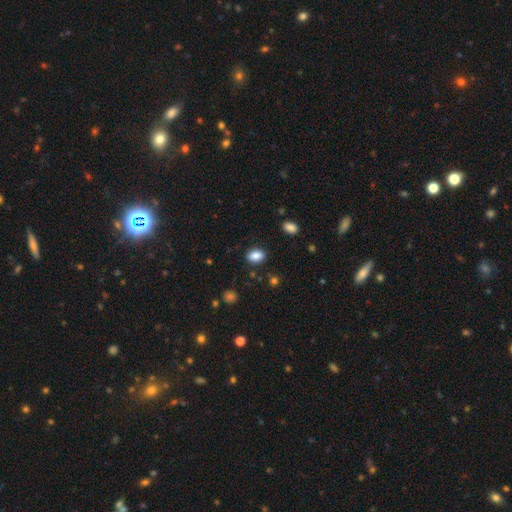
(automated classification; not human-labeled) A smooth galaxy with no disk features (86%) that is in between round and cigar-shaped (82%). Merging: none (85%).